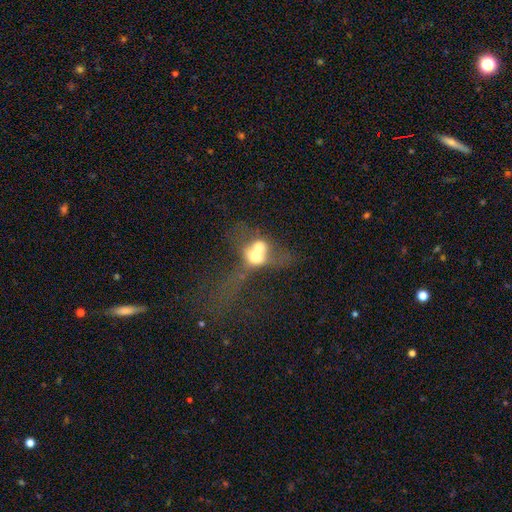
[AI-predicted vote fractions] smooth-or-featured: smooth: 52% | featured or disk: 37% | star or artifact: 11%
  how-rounded: round: 49% | in between: 48% | cigar-shaped: 3%
  merging: merger: 75% | major disturbance: 11% | none: 10% | minor disturbance: 5%